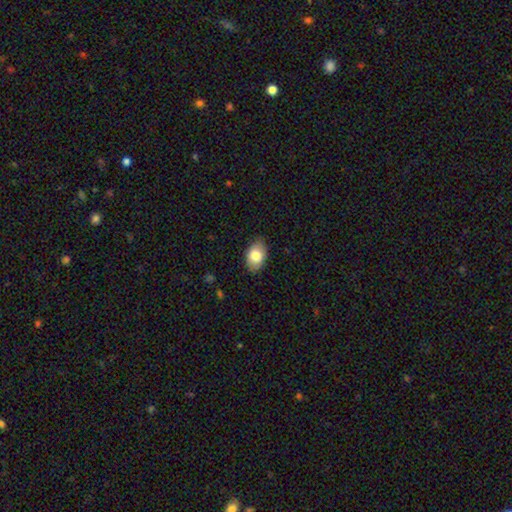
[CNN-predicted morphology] Smooth or featured? Predicted: smooth (p=0.82). How rounded? Predicted: in between (p=0.88). Merging? Predicted: none (p=0.84).